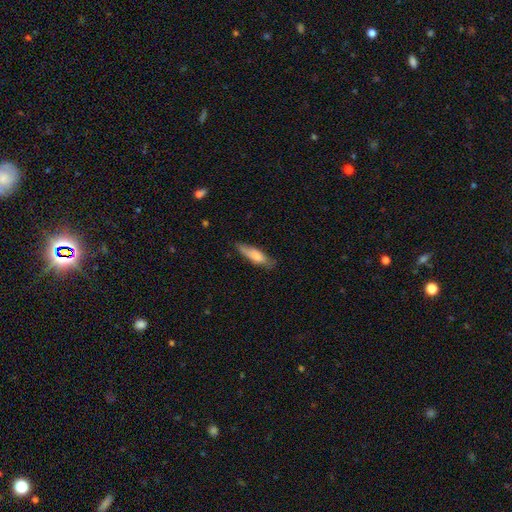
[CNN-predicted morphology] Smooth or featured: smooth — 74% (featured or disk — 21%)
How rounded: cigar-shaped — 62% (in between — 36%)
Merging: none — 71% (minor disturbance — 23%)